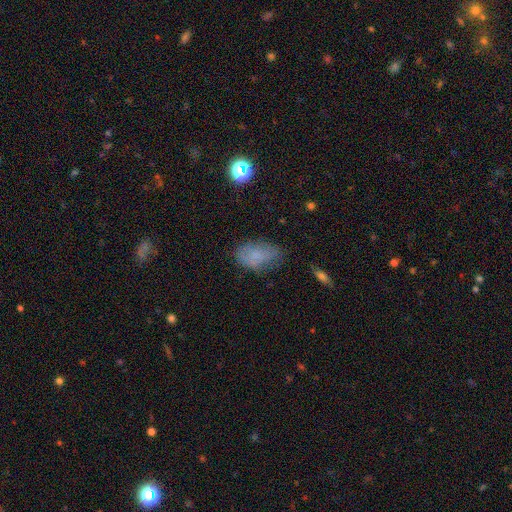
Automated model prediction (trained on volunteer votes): smooth_or_featured: smooth (p=0.70) [alt: featured or disk p=0.16]
how_rounded: in between (p=0.89) [alt: round p=0.08]
merging: none (p=0.61) [alt: minor disturbance p=0.27]